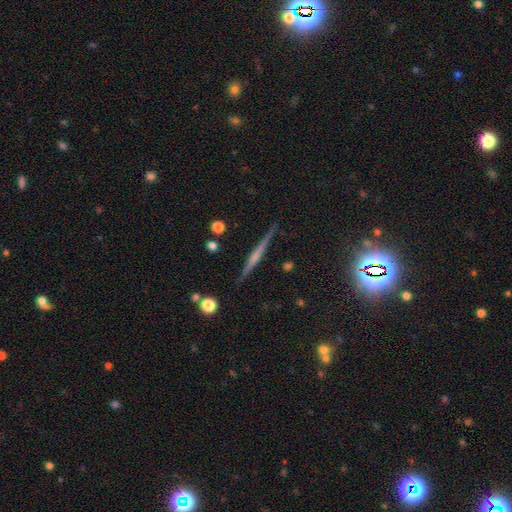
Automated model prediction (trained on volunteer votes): Smooth or featured: featured or disk — 66% (smooth — 24%)
Edge-on disk: yes — 98% (no — 2%)
Edge-on bulge: none — 45% (rounded — 41%)
Merging: none — 90% (minor disturbance — 7%)